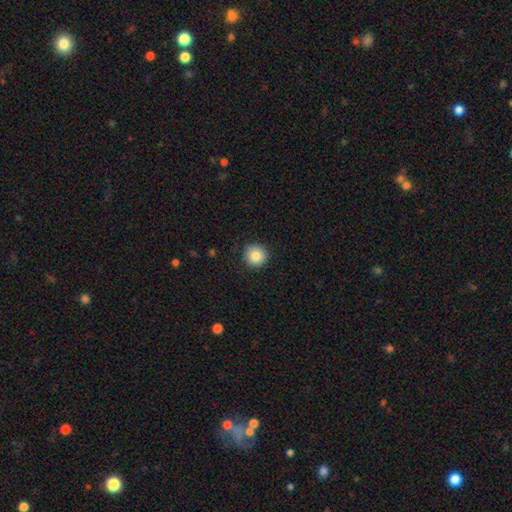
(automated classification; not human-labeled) smooth_or_featured: smooth (p=0.85) [alt: star or artifact p=0.09]
how_rounded: round (p=0.95) [alt: in between p=0.04]
merging: none (p=0.90) [alt: minor disturbance p=0.07]